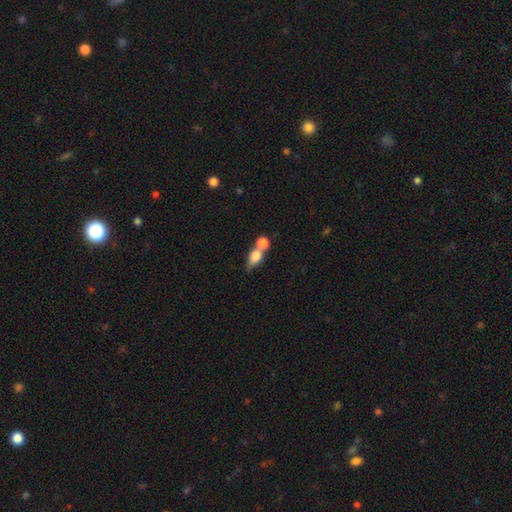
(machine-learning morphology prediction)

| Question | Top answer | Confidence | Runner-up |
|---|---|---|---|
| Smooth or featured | smooth | 75% | featured or disk (16%) |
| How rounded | in between | 54% | round (38%) |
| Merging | merger | 63% | none (23%) |